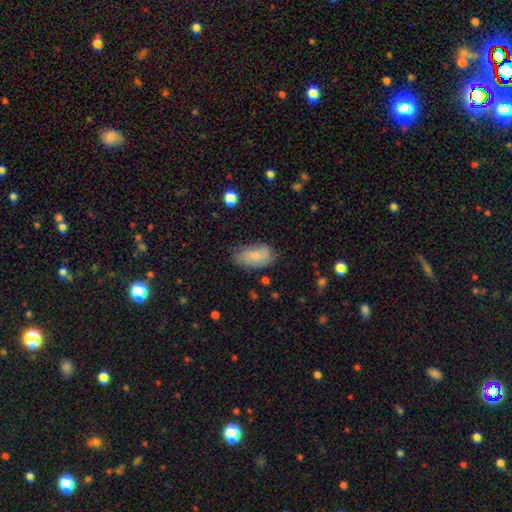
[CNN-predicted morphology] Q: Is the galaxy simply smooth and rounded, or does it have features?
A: smooth — 68%.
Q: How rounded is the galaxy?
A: in between — 92%.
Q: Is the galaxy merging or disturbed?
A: none — 66%.